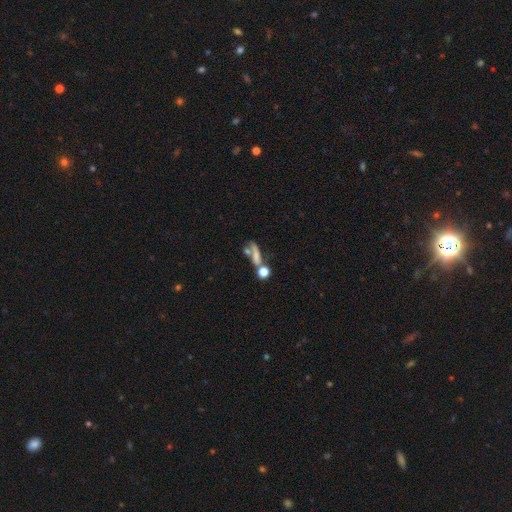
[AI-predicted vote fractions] smooth-or-featured: smooth: 52% | featured or disk: 31% | star or artifact: 17%
  how-rounded: cigar-shaped: 41% | in between: 38% | round: 21%
  merging: merger: 36% | none: 31% | major disturbance: 20% | minor disturbance: 14%